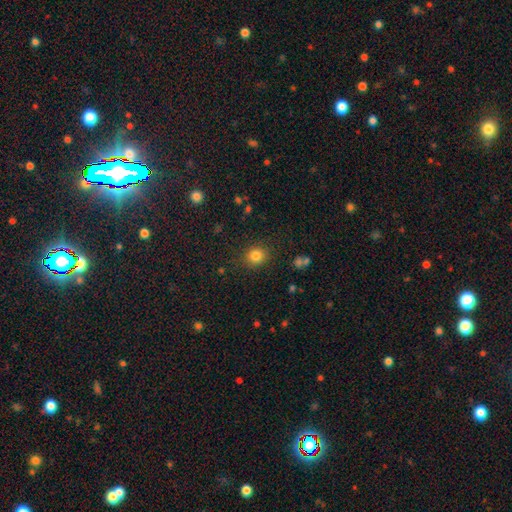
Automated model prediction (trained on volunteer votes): A smooth galaxy with no disk features (82%) that is round (81%).

Vote fractions:
- Smooth or featured? smooth: 82% / star or artifact: 13% / featured or disk: 6%
- How rounded? round: 81% / in between: 18% / cigar-shaped: 1%
- Merging? none: 86% / minor disturbance: 9% / major disturbance: 3% / merger: 2%